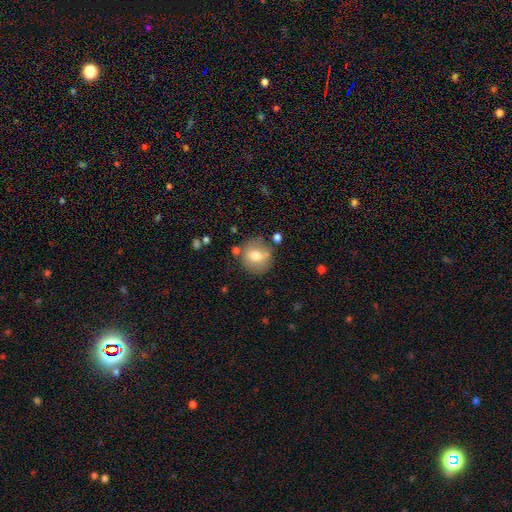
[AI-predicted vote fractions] A smooth galaxy with no disk features (69%) that is round (84%). Merging: none (74%).